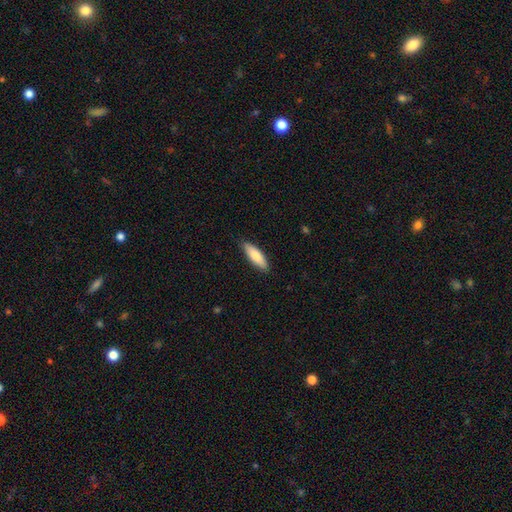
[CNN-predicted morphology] A smooth galaxy with no disk features (82%) that is in between round and cigar-shaped (50%).

Vote fractions:
- Smooth or featured? smooth: 82% / featured or disk: 13% / star or artifact: 5%
- How rounded? in between: 50% / cigar-shaped: 48% / round: 2%
- Merging? none: 87% / minor disturbance: 11% / major disturbance: 2% / merger: 1%